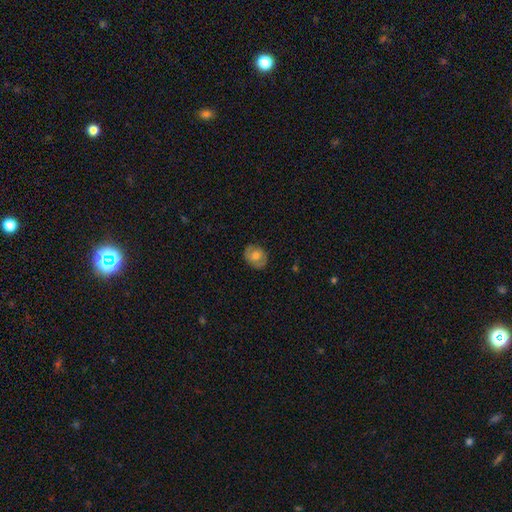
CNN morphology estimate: Smooth or featured? Predicted: smooth (p=0.64). How rounded? Predicted: round (p=0.54). Merging? Predicted: none (p=0.79).